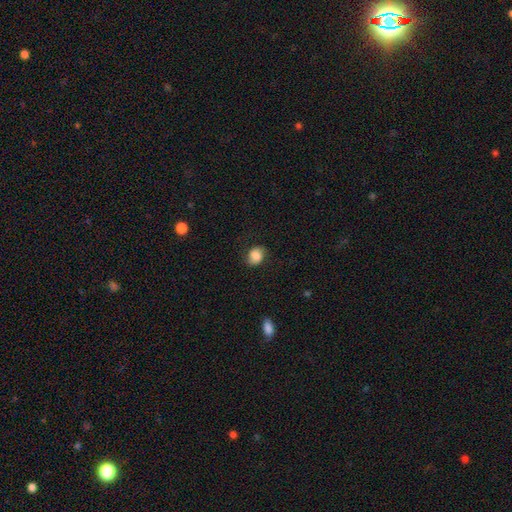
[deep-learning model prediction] Overall: smooth (80%). How rounded: round (50%; in between 49%). Merging: none (72%).